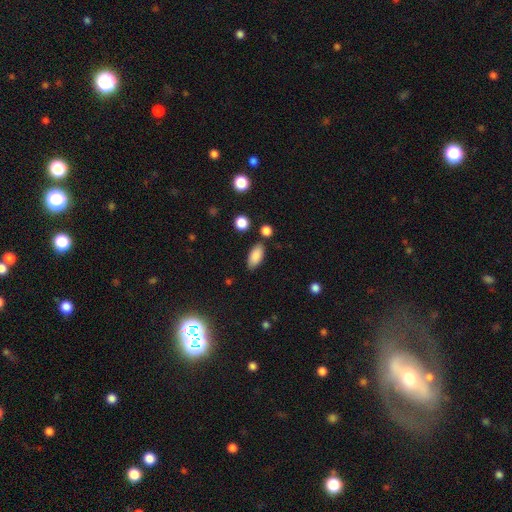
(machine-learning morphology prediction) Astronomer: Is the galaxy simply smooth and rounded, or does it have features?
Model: smooth — 87%.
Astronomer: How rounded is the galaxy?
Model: in between — 89%.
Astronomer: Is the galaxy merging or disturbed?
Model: none — 80%.